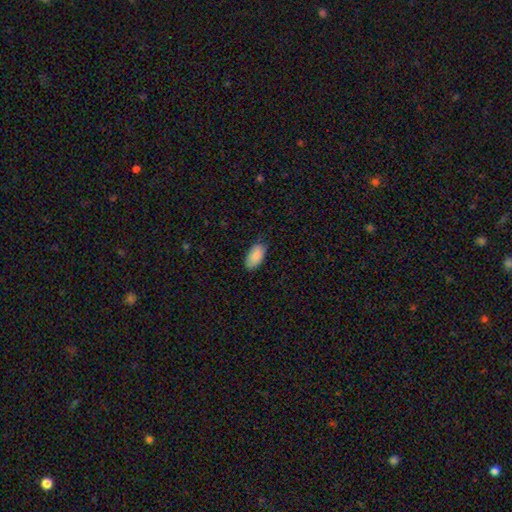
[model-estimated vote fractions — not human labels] Morphology: type=smooth (89%); roundness=in between (94%); merging=none (81%).